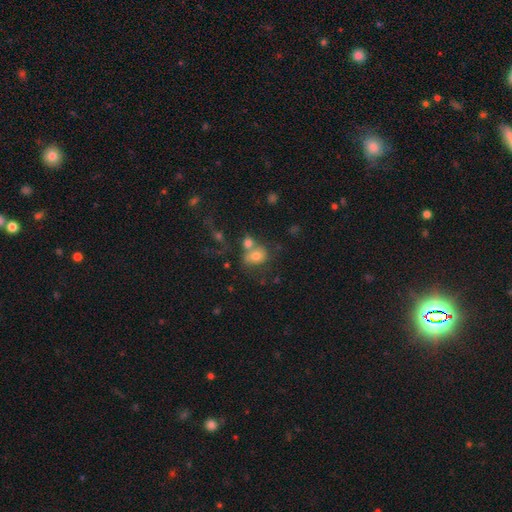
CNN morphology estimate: smooth_or_featured: smooth (p=0.68) [alt: featured or disk p=0.20]
how_rounded: in between (p=0.49) [tied with: round p=0.49]
merging: merger (p=0.44) [alt: none p=0.34]